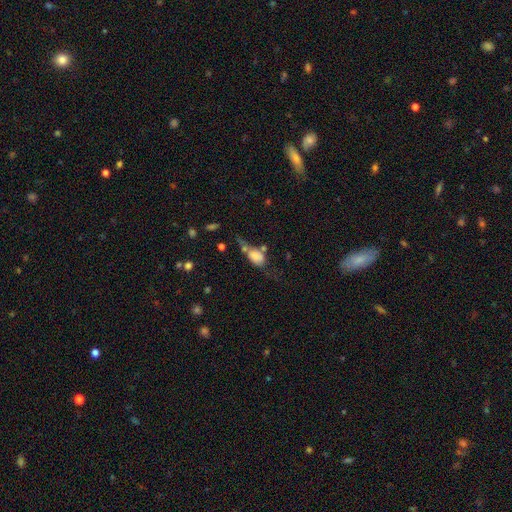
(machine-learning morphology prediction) smooth-or-featured: smooth: 70% | featured or disk: 20% | star or artifact: 10%
  how-rounded: in between: 80% | round: 15% | cigar-shaped: 5%
  merging: major disturbance: 29% | none: 24% | minor disturbance: 24% | merger: 23%